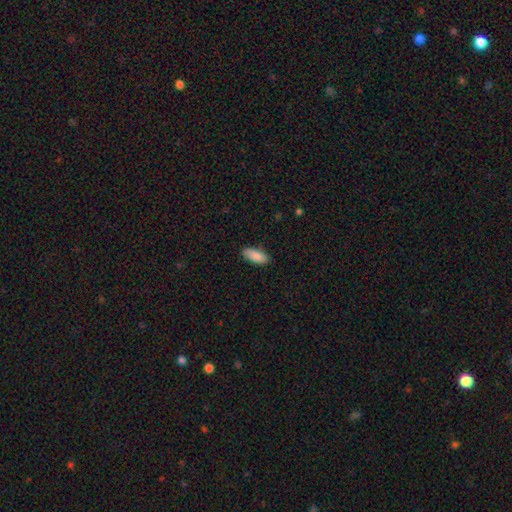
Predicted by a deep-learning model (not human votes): Smooth or featured?
  - smooth: 88% *
  - star or artifact: 6%
  - featured or disk: 6%
How rounded?
  - in between: 85% *
  - cigar-shaped: 13%
  - round: 2%
Merging?
  - none: 86% *
  - minor disturbance: 11%
  - major disturbance: 2%
  - merger: 1%